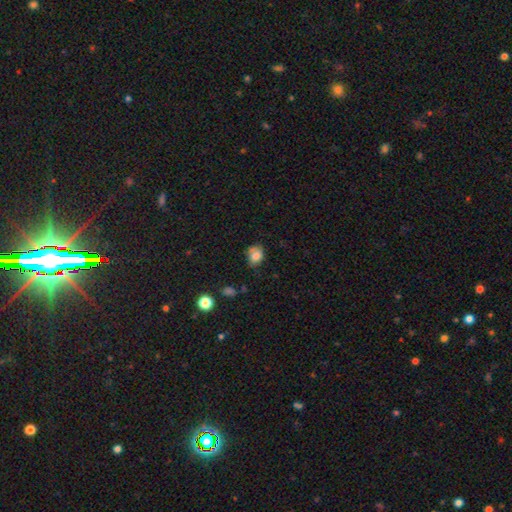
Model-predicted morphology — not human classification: This appears to be a smooth galaxy with no disk features (78%) that is in between round and cigar-shaped (55%). Merging: none (54%).